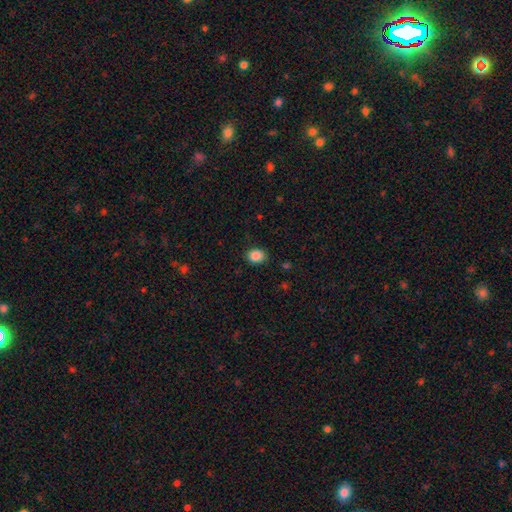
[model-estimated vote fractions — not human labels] A smooth galaxy with no disk features (87%) that is in between round and cigar-shaped (51%). Merging: none (84%).